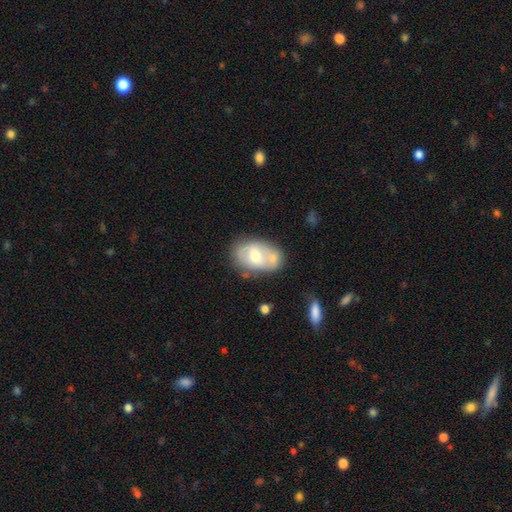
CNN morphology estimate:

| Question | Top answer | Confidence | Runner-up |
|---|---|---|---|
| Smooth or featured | smooth | 51% | featured or disk (42%) |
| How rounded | in between | 86% | round (13%) |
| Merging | none | 44% | merger (30%) |